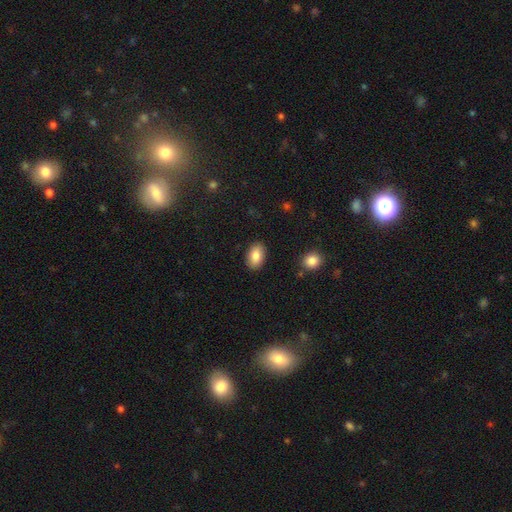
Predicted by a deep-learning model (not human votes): smooth_or_featured: smooth (p=0.85) [alt: featured or disk p=0.08]
how_rounded: in between (p=0.92) [alt: round p=0.06]
merging: none (p=0.88) [alt: minor disturbance p=0.09]